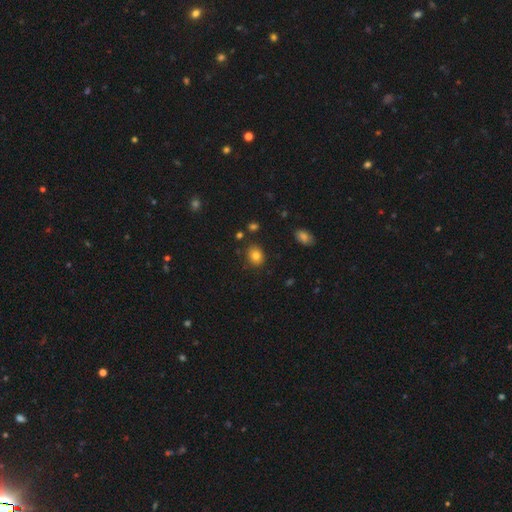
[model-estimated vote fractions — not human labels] Smooth or featured? smooth (82%)
How rounded? round (52%)
Merging? none (85%)